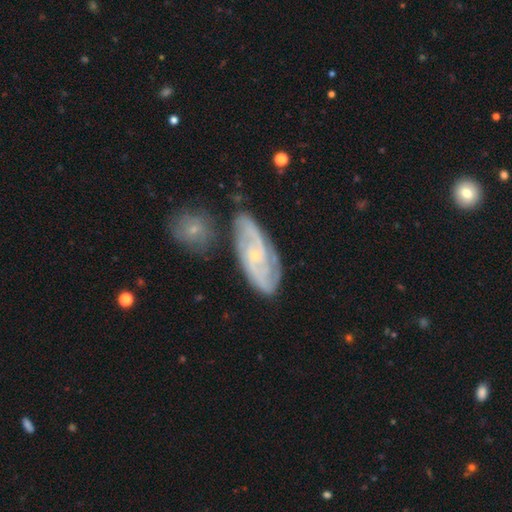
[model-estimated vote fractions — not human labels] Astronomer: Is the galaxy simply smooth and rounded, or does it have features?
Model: featured or disk — 82%.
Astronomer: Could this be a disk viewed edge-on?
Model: no — 93%.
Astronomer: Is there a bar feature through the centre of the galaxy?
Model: no — 66%.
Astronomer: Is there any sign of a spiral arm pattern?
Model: yes — 95%.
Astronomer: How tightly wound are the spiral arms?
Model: tight — 57% (runner-up: medium, 34%).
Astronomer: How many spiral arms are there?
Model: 2 — 34% (runner-up: can't tell, 27%).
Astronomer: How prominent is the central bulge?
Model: small — 82%.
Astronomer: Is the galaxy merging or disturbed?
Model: none — 66%.